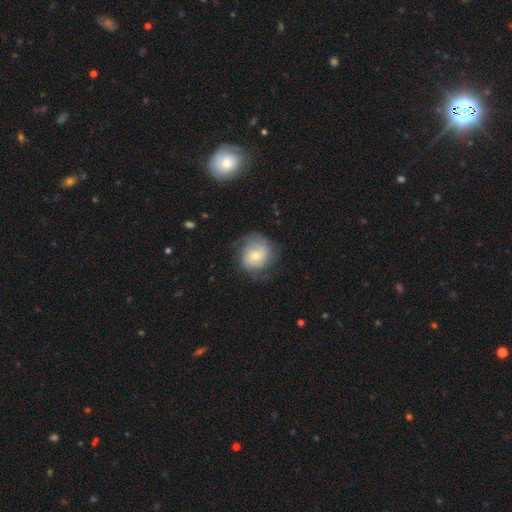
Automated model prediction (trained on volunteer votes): smooth_or_featured: featured or disk (p=0.59) [alt: smooth p=0.33]
disk_edge_on: no (p=0.98) [alt: yes p=0.02]
bar: no (p=0.69) [alt: weak p=0.27]
has_spiral_arms: yes (p=0.86) [alt: no p=0.14]
spiral_winding: tight (p=0.49) [alt: medium p=0.36]
spiral_arm_count: 2 (p=0.38) [alt: can't tell p=0.35]
bulge_size: small (p=0.46) [alt: moderate p=0.45]
merging: none (p=0.65) [alt: minor disturbance p=0.21]